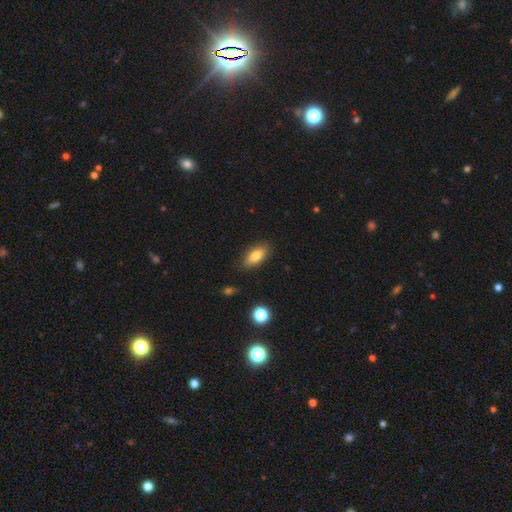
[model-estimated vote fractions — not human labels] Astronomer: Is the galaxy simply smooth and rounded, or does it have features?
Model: smooth — 78%.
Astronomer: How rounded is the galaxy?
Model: in between — 84%.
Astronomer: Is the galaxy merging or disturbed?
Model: none — 84%.